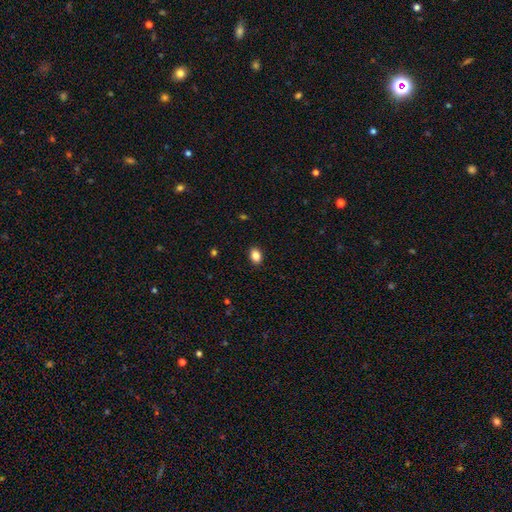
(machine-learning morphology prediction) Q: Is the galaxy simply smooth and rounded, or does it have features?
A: smooth — 86%.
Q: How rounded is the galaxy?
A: in between — 75%.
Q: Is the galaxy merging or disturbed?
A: none — 90%.